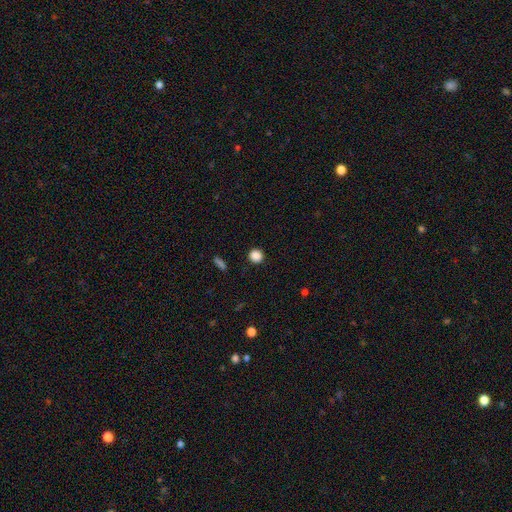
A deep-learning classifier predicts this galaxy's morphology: type=smooth (87%); roundness=round (92%); merging=none (91%).